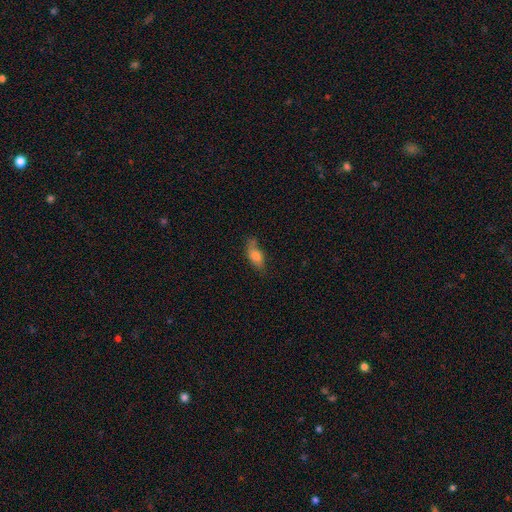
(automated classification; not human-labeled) Smooth or featured: smooth — 73% (featured or disk — 18%)
How rounded: in between — 79% (cigar-shaped — 16%)
Merging: none — 58% (minor disturbance — 31%)